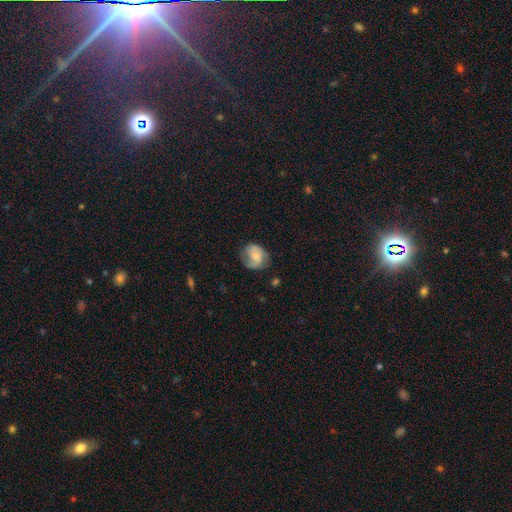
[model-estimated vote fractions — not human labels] Overall: smooth (47%; featured or disk 45%). Merging: none (55%; minor disturbance 27%).